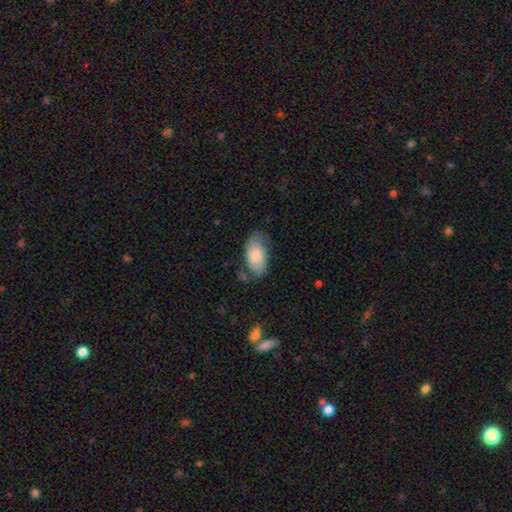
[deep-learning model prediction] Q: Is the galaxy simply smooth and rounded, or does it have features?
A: smooth — 72%.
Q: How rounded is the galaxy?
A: in between — 94%.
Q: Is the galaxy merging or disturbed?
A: none — 60%.